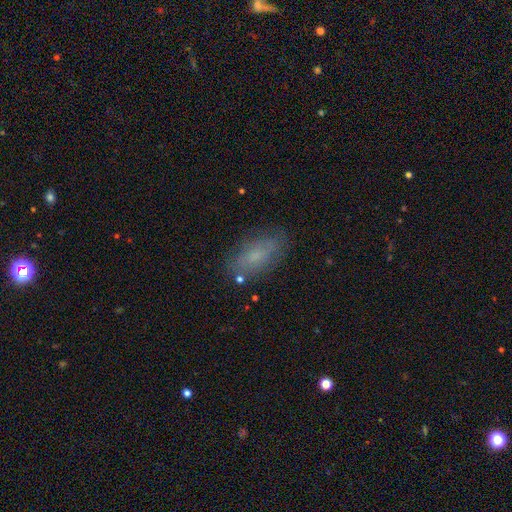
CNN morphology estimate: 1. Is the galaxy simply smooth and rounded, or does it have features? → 65% smooth, 25% featured or disk, 10% star or artifact.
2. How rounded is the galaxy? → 85% in between, 11% cigar-shaped, 4% round.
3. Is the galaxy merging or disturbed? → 76% none, 17% minor disturbance, 5% major disturbance, 3% merger.